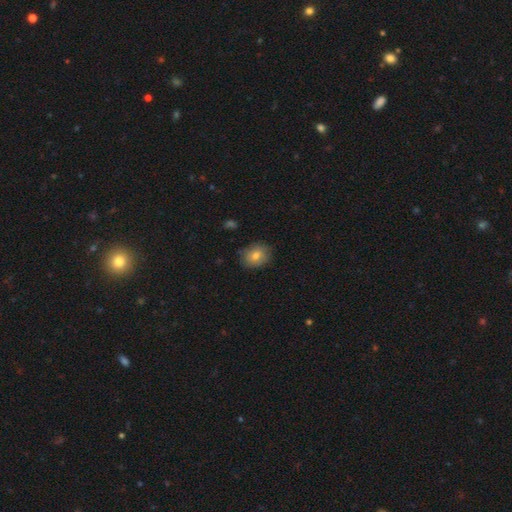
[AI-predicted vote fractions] smooth-or-featured: smooth: 76% | featured or disk: 14% | star or artifact: 9%
  how-rounded: in between: 51% | round: 48% | cigar-shaped: 1%
  merging: none: 85% | minor disturbance: 12% | major disturbance: 3% | merger: 1%